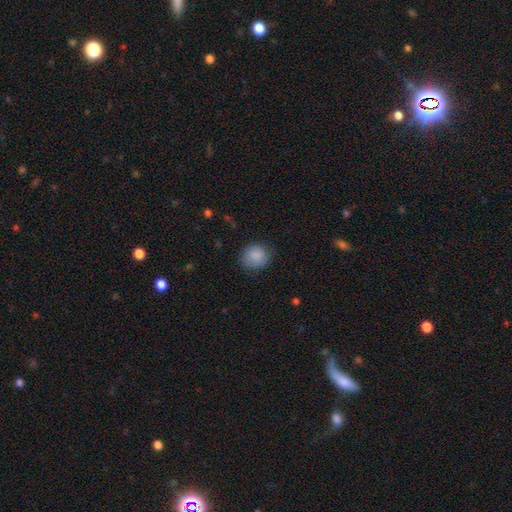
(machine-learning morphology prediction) smooth 88%, star or artifact 8%, featured or disk 5%. Down the decision tree: how rounded — round (80%); merging — none (81%).